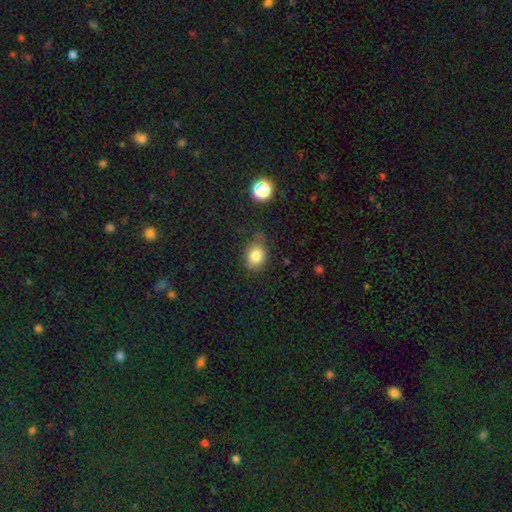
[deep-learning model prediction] Smooth or featured? smooth (82%)
How rounded? in between (54%)
Merging? none (69%)